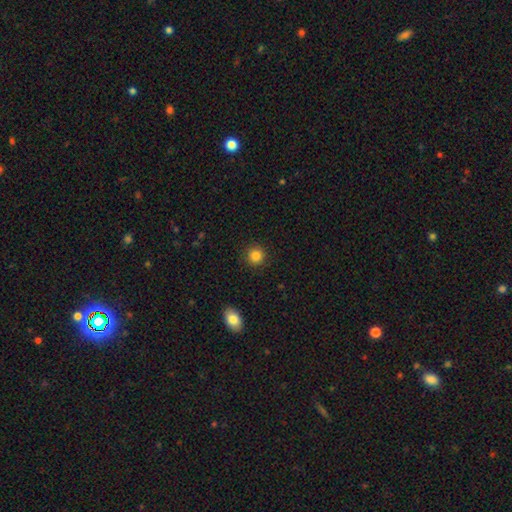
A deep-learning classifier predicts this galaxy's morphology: Smooth or featured: smooth — 85% (star or artifact — 11%)
How rounded: round — 92% (in between — 7%)
Merging: none — 92% (minor disturbance — 5%)